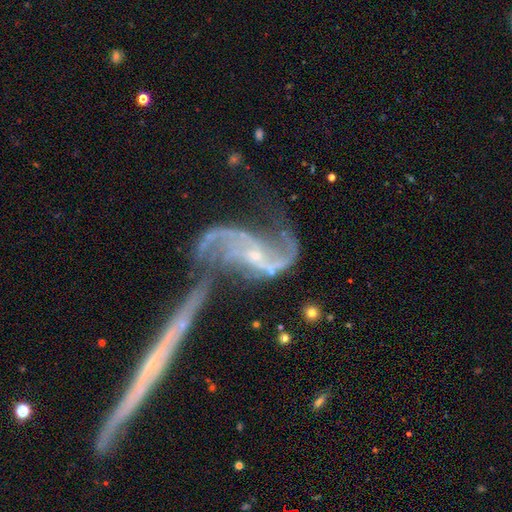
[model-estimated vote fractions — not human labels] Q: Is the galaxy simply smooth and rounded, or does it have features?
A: featured or disk — 89%.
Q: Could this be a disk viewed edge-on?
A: no — 93%.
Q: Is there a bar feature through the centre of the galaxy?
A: no — 50%.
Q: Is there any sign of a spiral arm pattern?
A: yes — 93%.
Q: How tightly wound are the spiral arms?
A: loose — 68%.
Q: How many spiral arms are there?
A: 2 — 81%.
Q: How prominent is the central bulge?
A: small — 73%.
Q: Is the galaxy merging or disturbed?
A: merger — 43%.